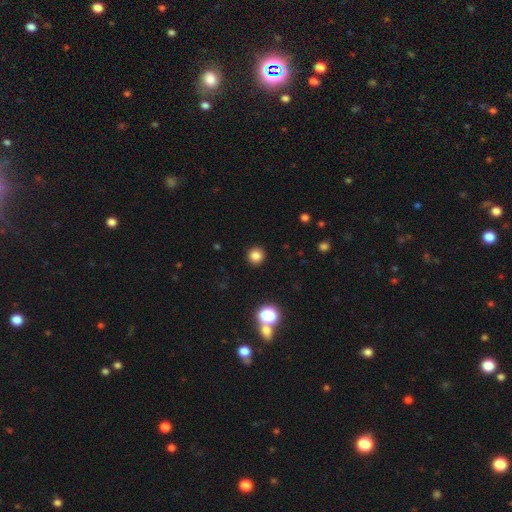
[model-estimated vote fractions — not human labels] This is clearly a smooth galaxy (82%). How rounded: clearly round (93%). Merging: clearly none (92%).